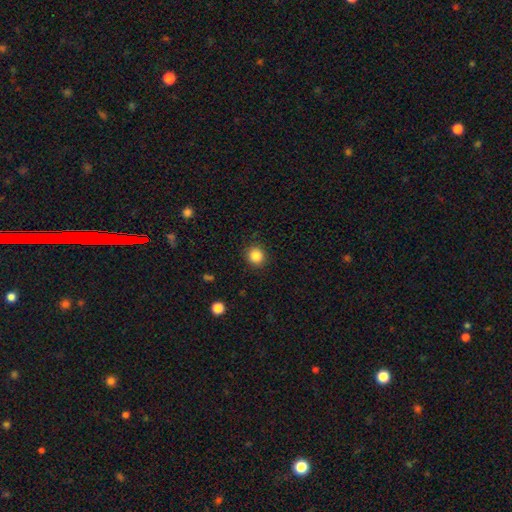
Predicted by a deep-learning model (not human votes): smooth 86%, star or artifact 11%, featured or disk 3%. Down the decision tree: how rounded — round (92%); merging — none (90%).